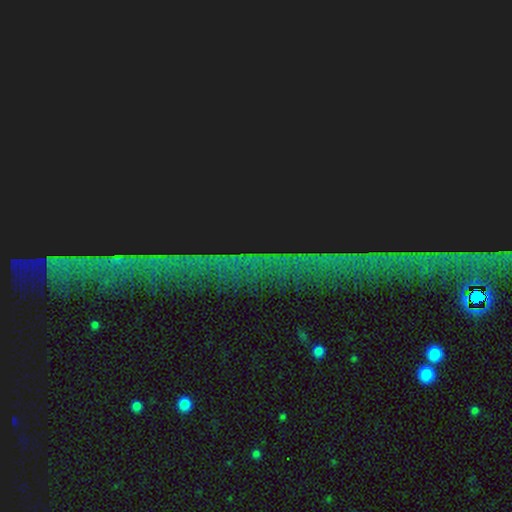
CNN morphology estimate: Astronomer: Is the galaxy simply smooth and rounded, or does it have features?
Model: star or artifact — 86%.